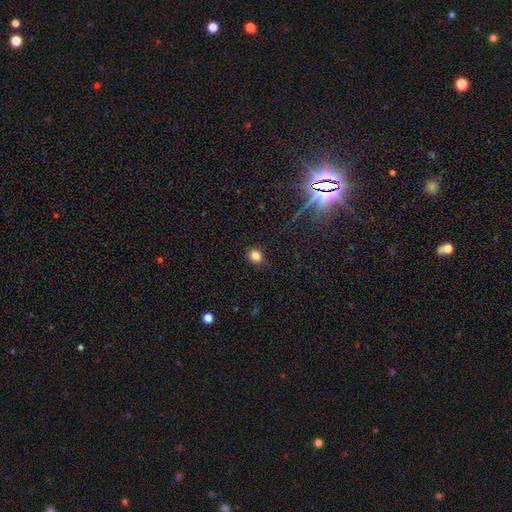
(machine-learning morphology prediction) Smooth or featured?
  - smooth: 82% *
  - star or artifact: 13%
  - featured or disk: 5%
How rounded?
  - round: 66% *
  - in between: 33%
  - cigar-shaped: 1%
Merging?
  - none: 85% *
  - minor disturbance: 11%
  - major disturbance: 3%
  - merger: 1%